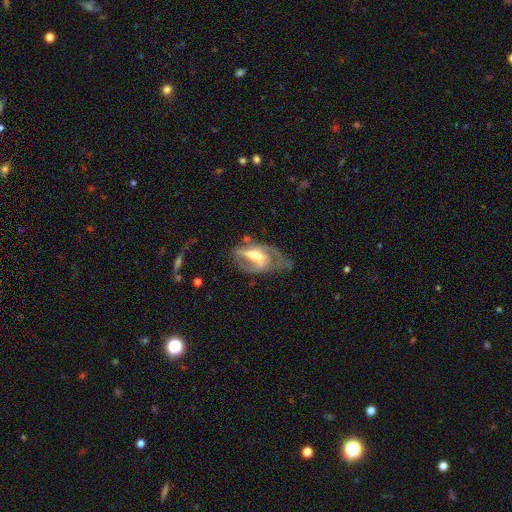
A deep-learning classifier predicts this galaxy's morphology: featured or disk 71%, smooth 22%, star or artifact 7%. Down the decision tree: edge-on disk — no (90%); bar — strong (41%); spiral arms — yes (64%); bulge size — moderate (53%); merging — major disturbance (38%).